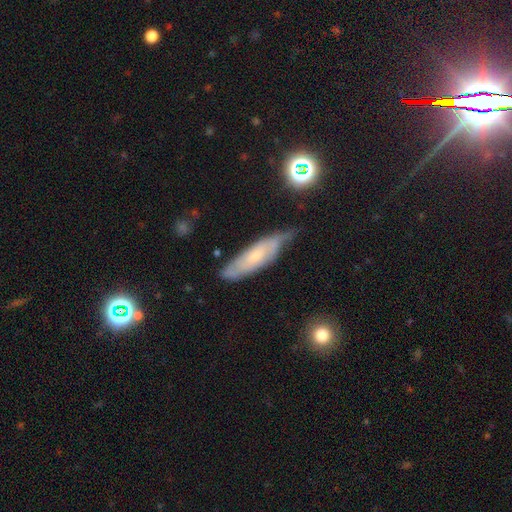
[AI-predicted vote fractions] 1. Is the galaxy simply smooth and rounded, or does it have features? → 48% featured or disk, 43% smooth, 9% star or artifact.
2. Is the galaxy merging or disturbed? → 53% none, 35% minor disturbance, 9% major disturbance, 3% merger.